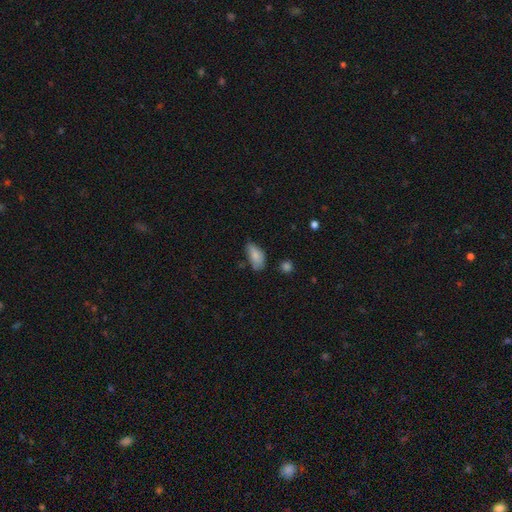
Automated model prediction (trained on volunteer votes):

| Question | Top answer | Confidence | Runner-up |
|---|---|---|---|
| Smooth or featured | smooth | 80% | featured or disk (13%) |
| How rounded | in between | 90% | cigar-shaped (7%) |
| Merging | none | 55% | minor disturbance (34%) |